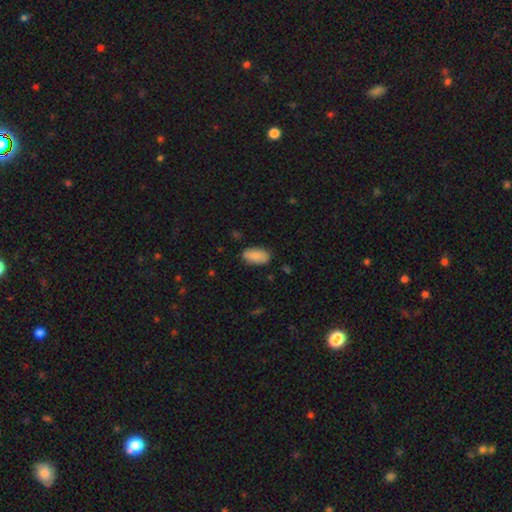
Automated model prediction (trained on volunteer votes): This is clearly a smooth galaxy (86%). How rounded: clearly in between (92%). Merging: clearly none (85%).